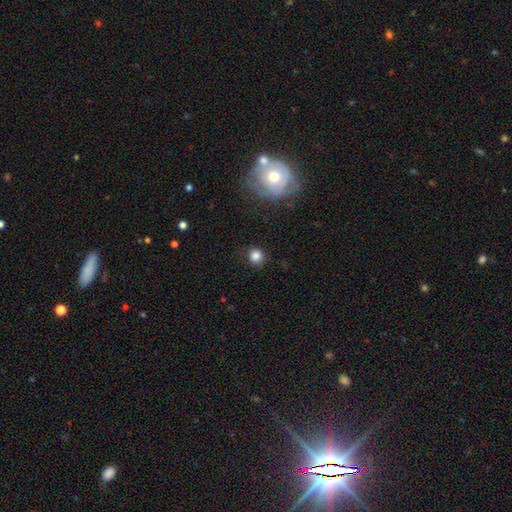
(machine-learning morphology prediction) smooth-or-featured: smooth: 84% | star or artifact: 11% | featured or disk: 5%
  how-rounded: round: 87% | in between: 12% | cigar-shaped: 1%
  merging: none: 83% | minor disturbance: 12% | major disturbance: 4% | merger: 2%